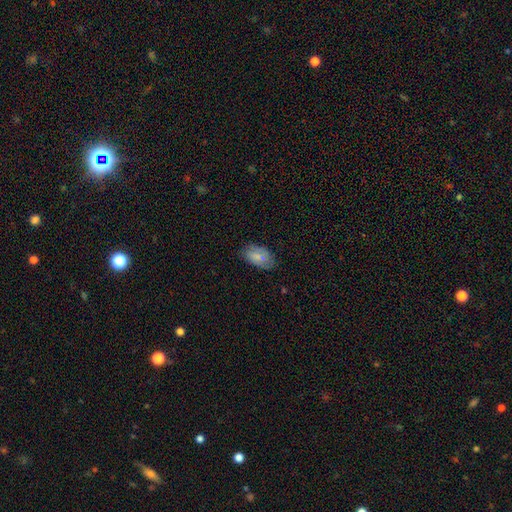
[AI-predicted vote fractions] This is likely a smooth galaxy (75%). How rounded: clearly in between (93%). Merging: likely none (75%).